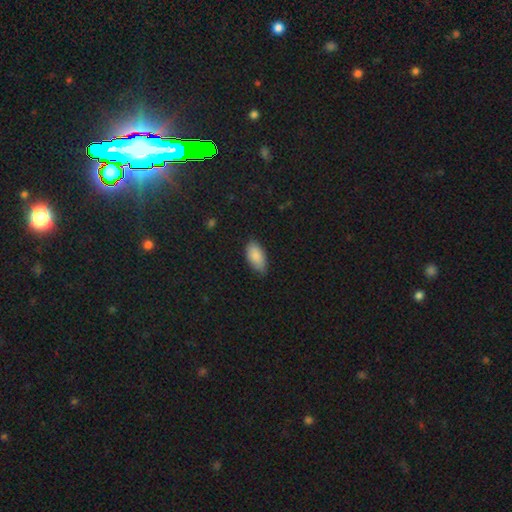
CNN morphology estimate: Smooth or featured? smooth (87%)
How rounded? in between (93%)
Merging? none (75%)